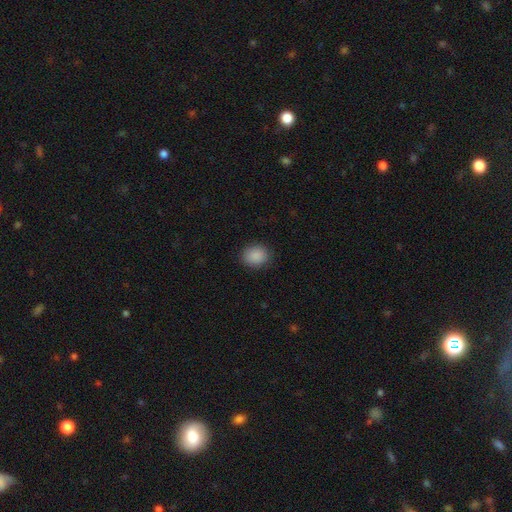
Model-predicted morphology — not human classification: smooth_or_featured: smooth (p=0.89) [alt: star or artifact p=0.08]
how_rounded: round (p=0.63) [alt: in between p=0.36]
merging: none (p=0.87) [alt: minor disturbance p=0.09]